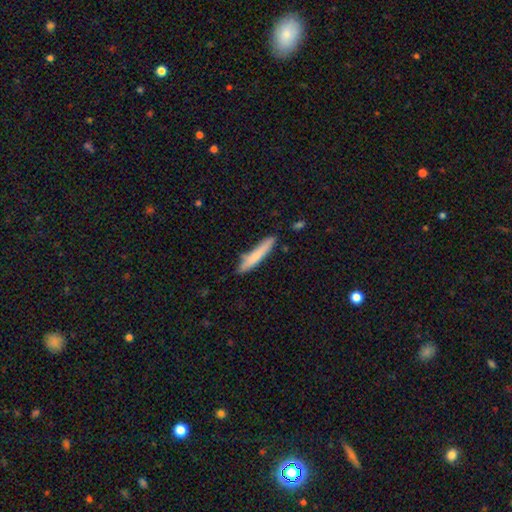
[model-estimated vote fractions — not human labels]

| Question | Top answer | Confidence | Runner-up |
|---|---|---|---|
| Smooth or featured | smooth | 73% | featured or disk (22%) |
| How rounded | cigar-shaped | 92% | in between (7%) |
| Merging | none | 78% | minor disturbance (16%) |